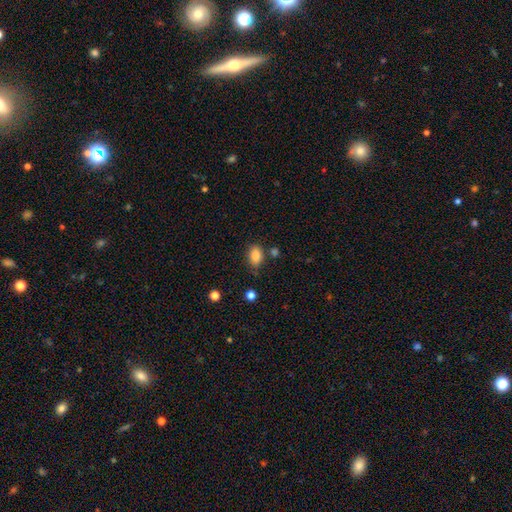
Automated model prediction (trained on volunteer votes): smooth 86%, star or artifact 9%, featured or disk 5%. Down the decision tree: how rounded — in between (84%); merging — none (74%).